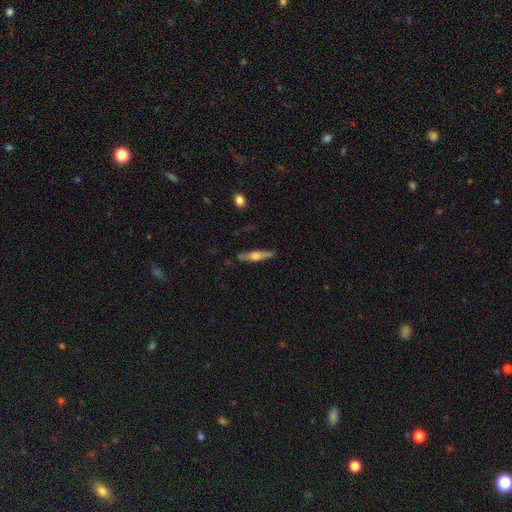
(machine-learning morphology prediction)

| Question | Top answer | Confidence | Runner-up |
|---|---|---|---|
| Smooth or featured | featured or disk | 51% | smooth (43%) |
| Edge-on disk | yes | 92% | no (8%) |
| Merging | none | 85% | minor disturbance (11%) |